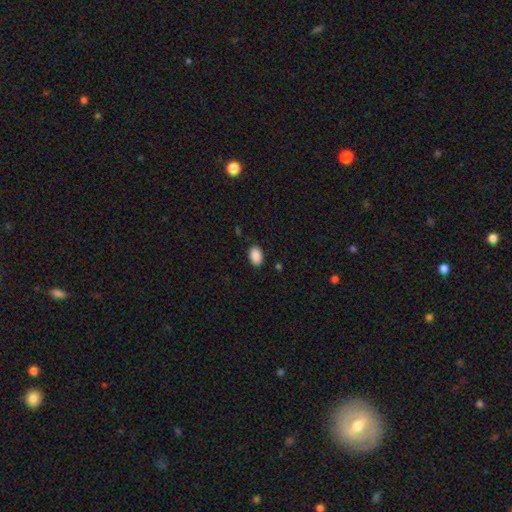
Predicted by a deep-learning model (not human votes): Morphology: type=smooth (89%); roundness=in between (88%); merging=none (85%).